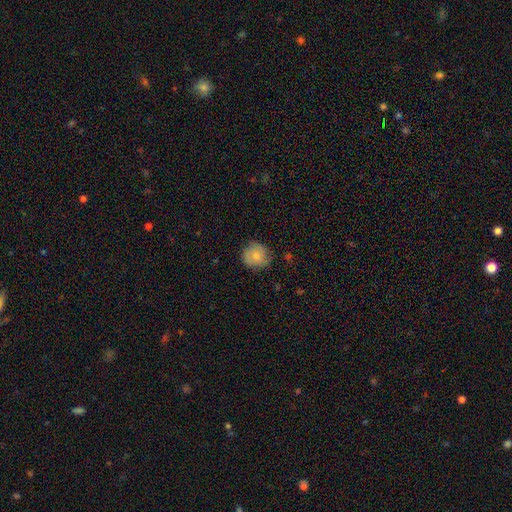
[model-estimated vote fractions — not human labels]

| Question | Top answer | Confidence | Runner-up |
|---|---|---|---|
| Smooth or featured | smooth | 74% | featured or disk (19%) |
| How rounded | round | 88% | in between (11%) |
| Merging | none | 72% | minor disturbance (22%) |